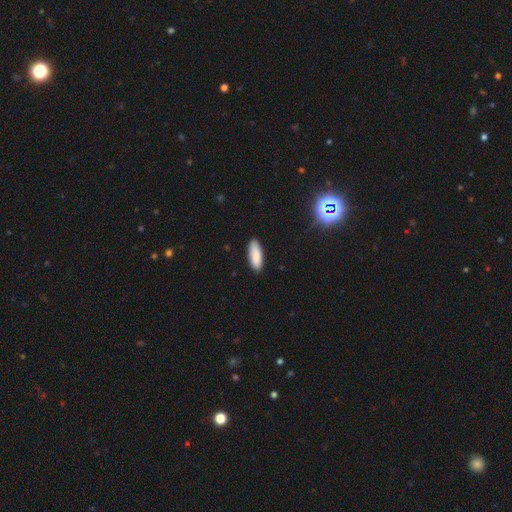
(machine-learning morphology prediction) smooth-or-featured: smooth: 88% | star or artifact: 7% | featured or disk: 5%
  how-rounded: in between: 71% | cigar-shaped: 27% | round: 2%
  merging: none: 88% | minor disturbance: 9% | major disturbance: 2% | merger: 1%